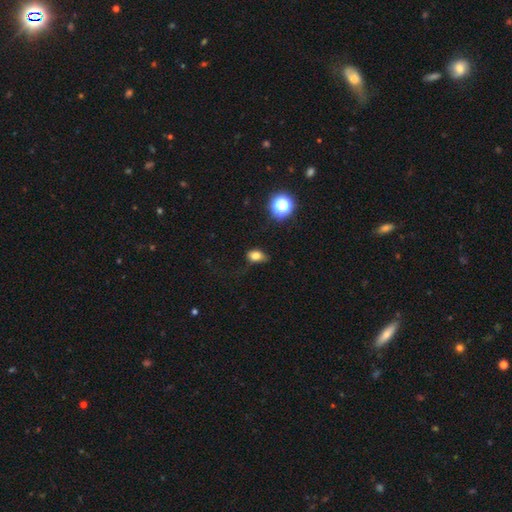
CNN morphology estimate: The model was most divided on "merging": none: 49%, minor disturbance: 34%, major disturbance: 15%, merger: 3%. More confident: smooth or featured — smooth (77%); how rounded — in between (75%).